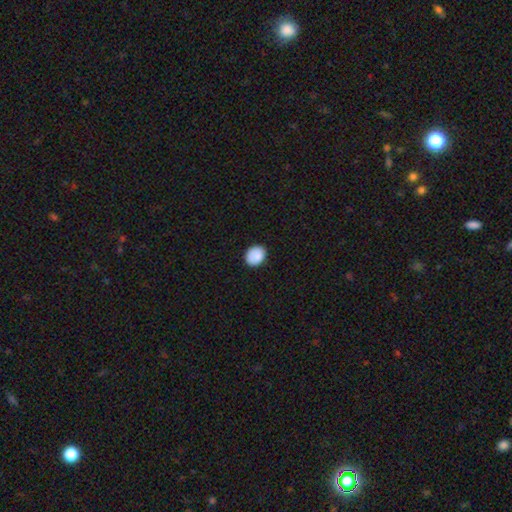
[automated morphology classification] Smooth or featured: smooth — 87% (star or artifact — 8%)
How rounded: round — 56% (in between — 43%)
Merging: none — 85% (minor disturbance — 12%)